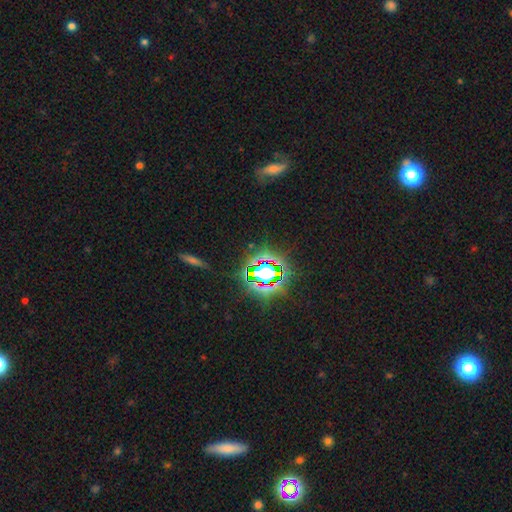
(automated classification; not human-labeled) Smooth or featured?
  - star or artifact: 75% *
  - smooth: 16%
  - featured or disk: 9%